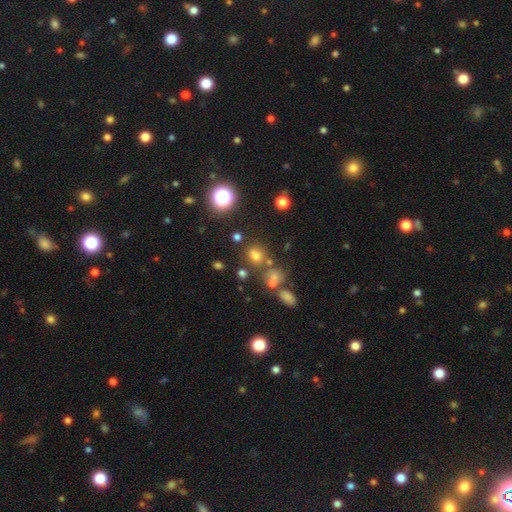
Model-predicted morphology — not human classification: Q: Smooth or featured?
A: smooth (59%); runner-up: star or artifact (31%)
Q: How rounded?
A: round (79%); runner-up: in between (19%)
Q: Merging?
A: none (69%); runner-up: merger (16%)